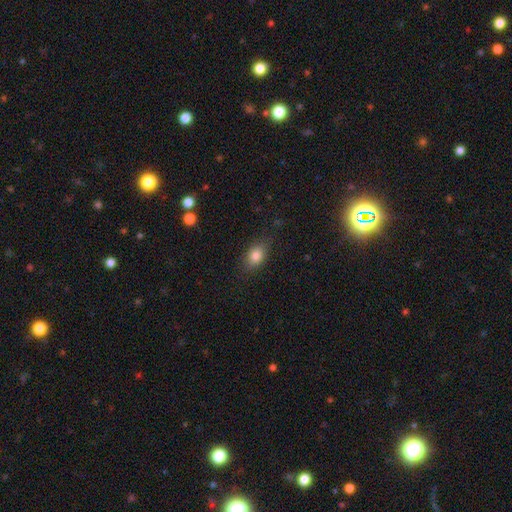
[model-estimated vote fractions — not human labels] Overall: smooth (81%). How rounded: in between (77%). Merging: none (79%).